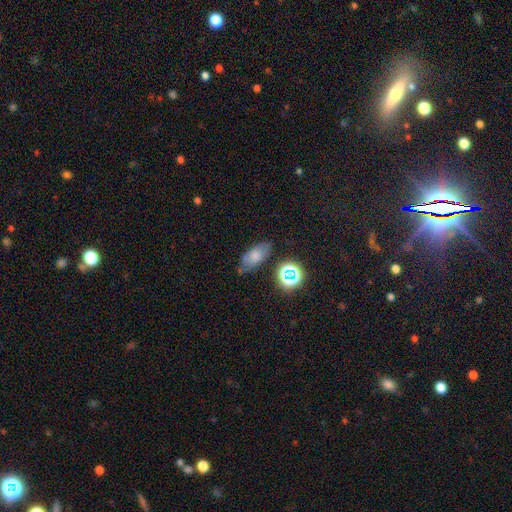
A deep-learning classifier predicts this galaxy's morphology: Smooth or featured?
  - smooth: 54% *
  - star or artifact: 24%
  - featured or disk: 22%
How rounded?
  - in between: 77% *
  - round: 13%
  - cigar-shaped: 10%
Merging?
  - none: 72% *
  - minor disturbance: 19%
  - major disturbance: 5%
  - merger: 4%